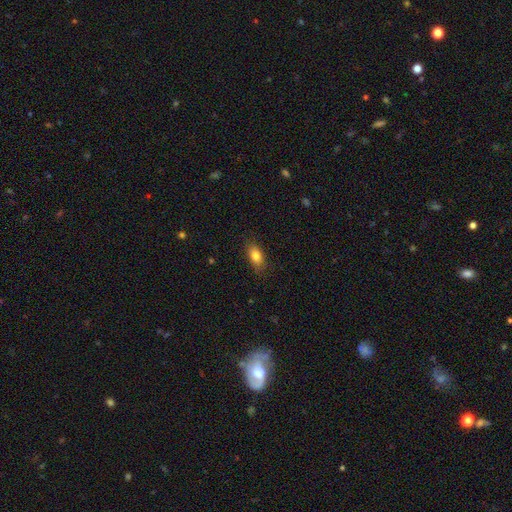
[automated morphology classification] This is clearly a smooth galaxy (81%). How rounded: clearly in between (85%). Merging: clearly none (82%).